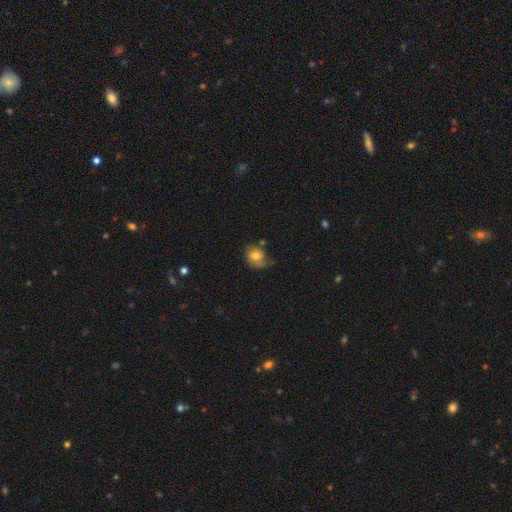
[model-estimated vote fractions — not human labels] The model was most divided on "how rounded": round: 53%, in between: 46%, cigar-shaped: 1%. Remaining: smooth or featured — smooth (51%); merging — none (46%).